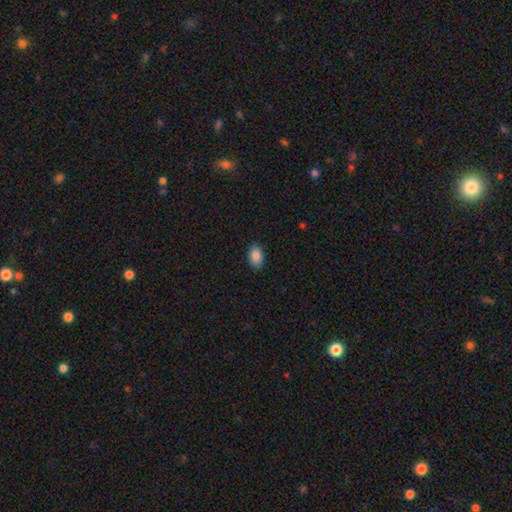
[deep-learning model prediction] Morphology: type=smooth (88%); roundness=in between (86%); merging=none (86%).